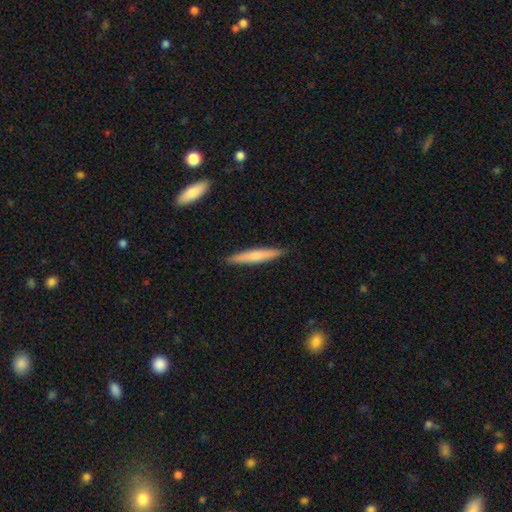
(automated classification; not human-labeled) smooth-or-featured: smooth: 67% | featured or disk: 28% | star or artifact: 5%
  how-rounded: cigar-shaped: 94% | in between: 5% | round: 1%
  merging: none: 90% | minor disturbance: 7% | major disturbance: 1% | merger: 1%